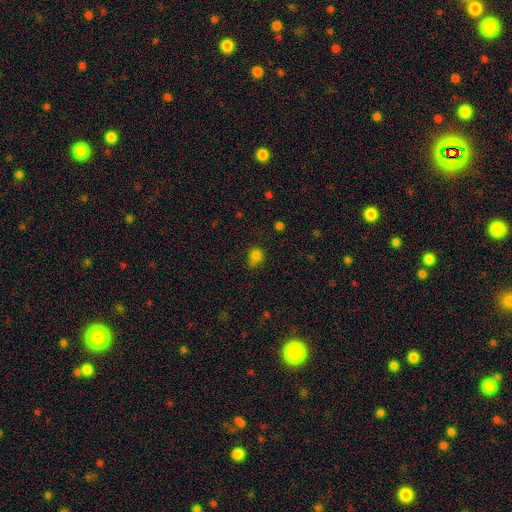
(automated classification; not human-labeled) Overall: smooth (79%). How rounded: round (66%; in between 32%). Merging: none (55%; minor disturbance 30%).